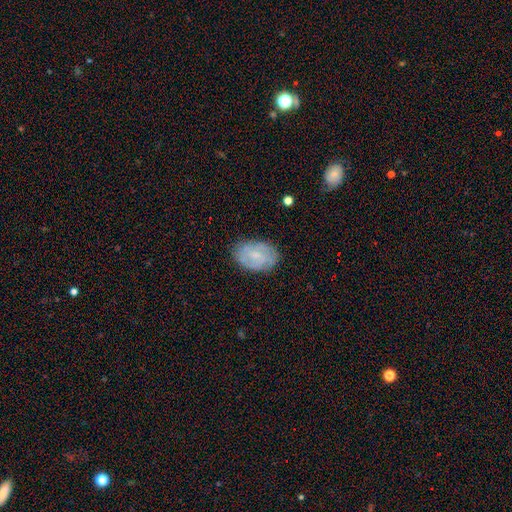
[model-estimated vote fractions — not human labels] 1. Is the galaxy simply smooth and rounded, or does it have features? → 52% featured or disk, 40% smooth, 8% star or artifact.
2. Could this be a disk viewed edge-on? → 96% no, 4% yes.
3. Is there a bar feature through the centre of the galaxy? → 51% weak, 38% no, 11% strong.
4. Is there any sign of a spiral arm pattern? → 79% yes, 21% no.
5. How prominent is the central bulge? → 51% small, 27% none, 19% moderate, 2% large, 1% dominant.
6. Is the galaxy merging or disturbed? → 79% none, 15% minor disturbance, 4% major disturbance, 1% merger.